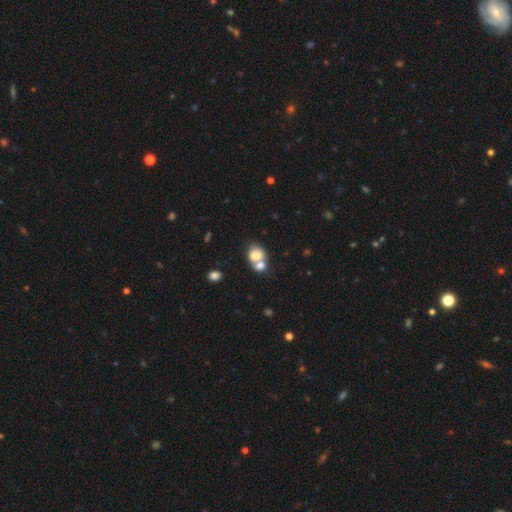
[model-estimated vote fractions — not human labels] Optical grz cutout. It shows a smooth galaxy with no disk features (75%) that is in between round and cigar-shaped (49%, tied with round). Merging: merger (60%).